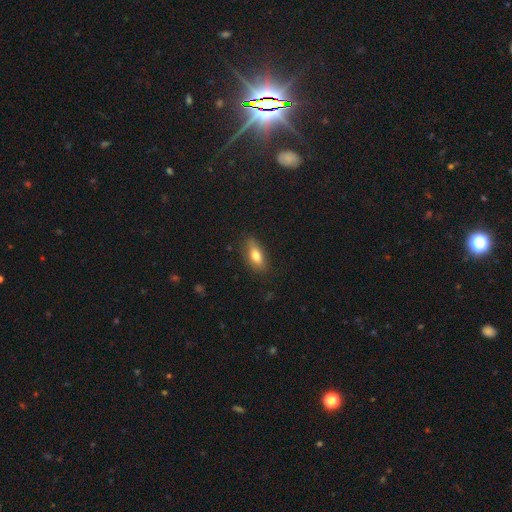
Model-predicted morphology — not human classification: smooth 73%, featured or disk 19%, star or artifact 7%. Down the decision tree: how rounded — in between (77%); merging — none (78%).